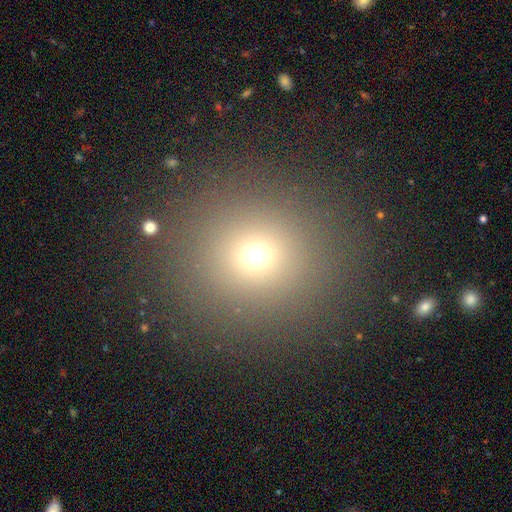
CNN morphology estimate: smooth_or_featured: smooth (p=0.67) [alt: star or artifact p=0.24]
how_rounded: round (p=0.91) [alt: in between p=0.08]
merging: none (p=0.89) [alt: minor disturbance p=0.06]